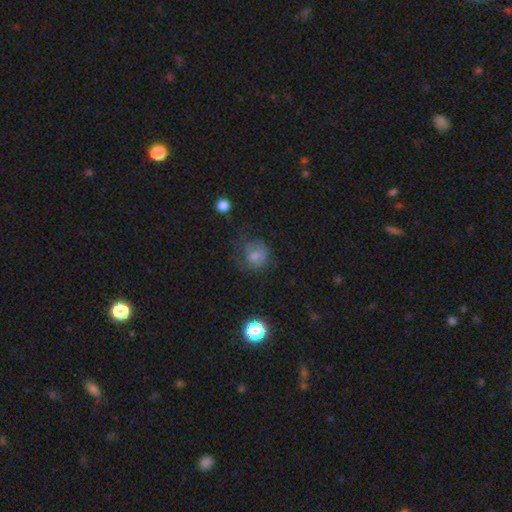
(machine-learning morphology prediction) Q: Smooth or featured?
A: smooth (68%); runner-up: featured or disk (18%)
Q: How rounded?
A: round (75%); runner-up: in between (24%)
Q: Merging?
A: none (44%); runner-up: major disturbance (28%)